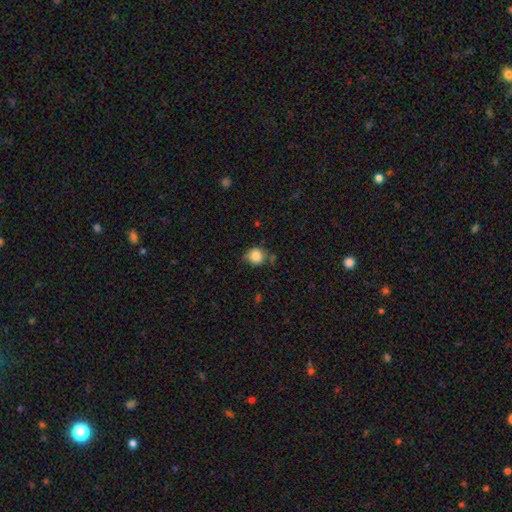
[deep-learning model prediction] smooth-or-featured: smooth: 82% | star or artifact: 9% | featured or disk: 8%
  how-rounded: round: 82% | in between: 17% | cigar-shaped: 1%
  merging: none: 63% | minor disturbance: 25% | major disturbance: 6% | merger: 6%